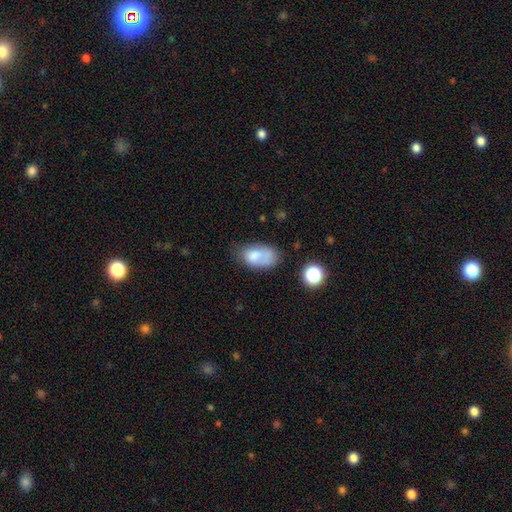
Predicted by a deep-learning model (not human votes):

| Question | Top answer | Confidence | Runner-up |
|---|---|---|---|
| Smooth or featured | smooth | 68% | featured or disk (21%) |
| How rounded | in between | 88% | round (10%) |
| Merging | none | 45% | minor disturbance (27%) |